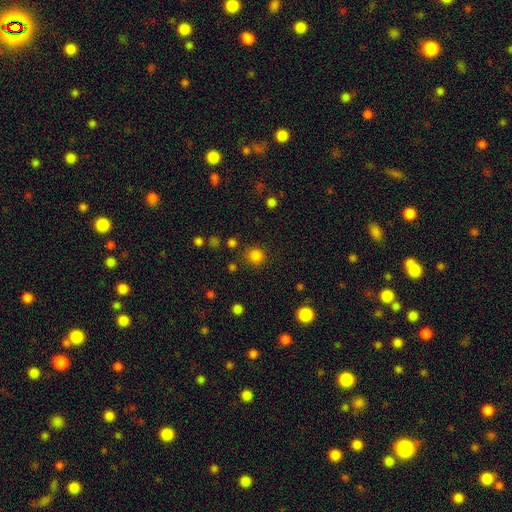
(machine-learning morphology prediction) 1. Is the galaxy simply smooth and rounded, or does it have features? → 82% smooth, 14% star or artifact, 4% featured or disk.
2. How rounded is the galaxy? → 91% round, 8% in between, 1% cigar-shaped.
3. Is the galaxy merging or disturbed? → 85% none, 8% minor disturbance, 3% major disturbance, 3% merger.